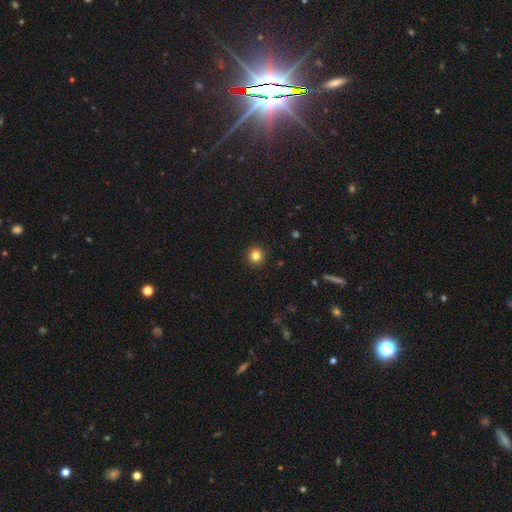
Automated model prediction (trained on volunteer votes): Morphology: type=smooth (83%); roundness=round (94%); merging=none (93%).